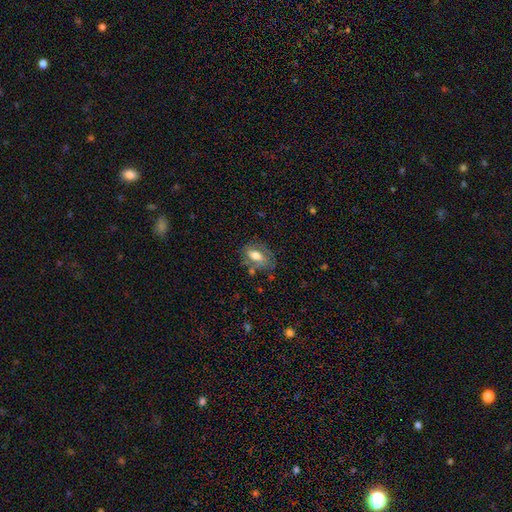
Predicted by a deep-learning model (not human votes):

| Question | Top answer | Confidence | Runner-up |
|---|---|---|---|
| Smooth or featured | smooth | 59% | featured or disk (33%) |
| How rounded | in between | 85% | round (10%) |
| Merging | none | 58% | minor disturbance (24%) |